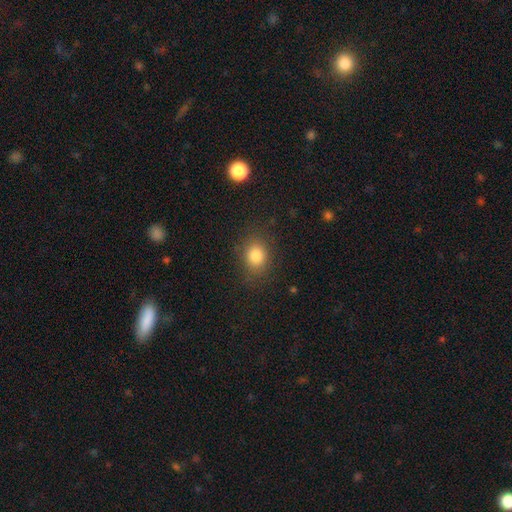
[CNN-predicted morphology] Smooth or featured? Predicted: smooth (p=0.82). How rounded? Predicted: round (p=0.55). Merging? Predicted: none (p=0.84).